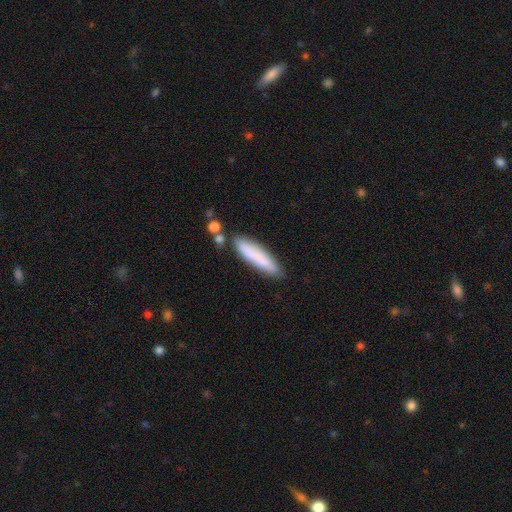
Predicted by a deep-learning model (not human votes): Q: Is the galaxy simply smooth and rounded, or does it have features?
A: smooth — 77%.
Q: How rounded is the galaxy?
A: cigar-shaped — 83%.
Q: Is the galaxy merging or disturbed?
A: none — 75%.